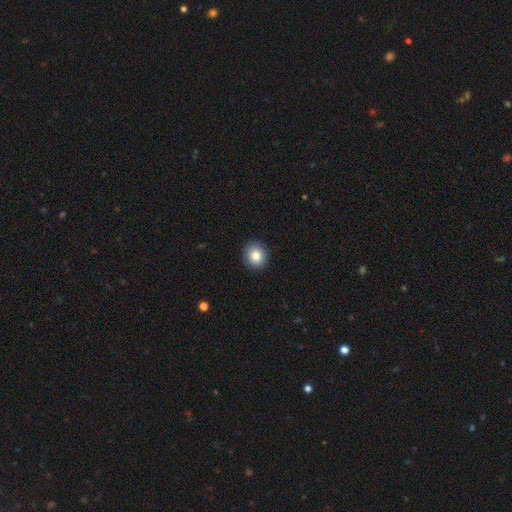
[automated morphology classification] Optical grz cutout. It shows a smooth galaxy with no disk features (83%) that is round (84%). Merging: none (92%).